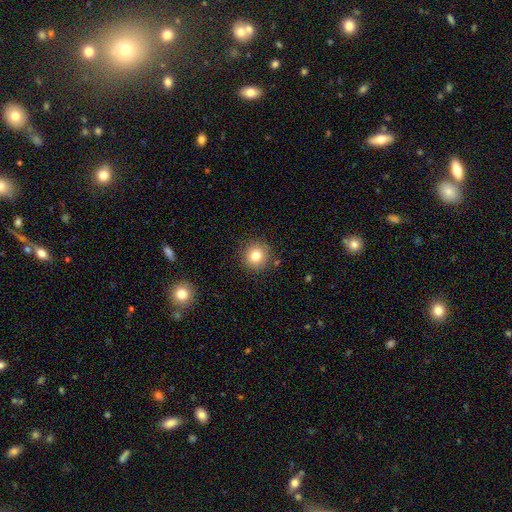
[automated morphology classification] Smooth or featured? Predicted: smooth (p=0.78). How rounded? Predicted: round (p=0.94). Merging? Predicted: none (p=0.87).